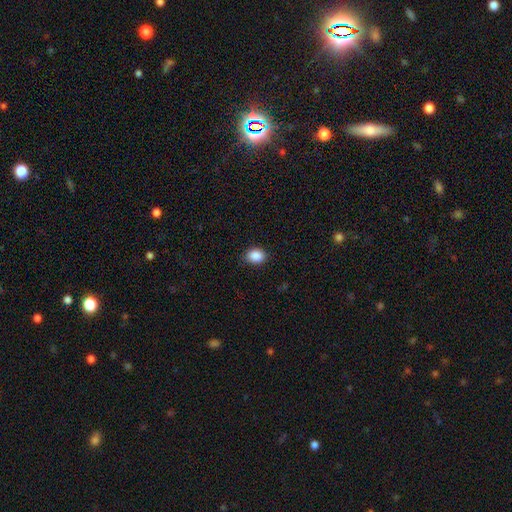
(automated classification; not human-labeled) smooth_or_featured: smooth (p=0.89) [alt: star or artifact p=0.08]
how_rounded: in between (p=0.63) [alt: round p=0.36]
merging: none (p=0.85) [alt: minor disturbance p=0.11]